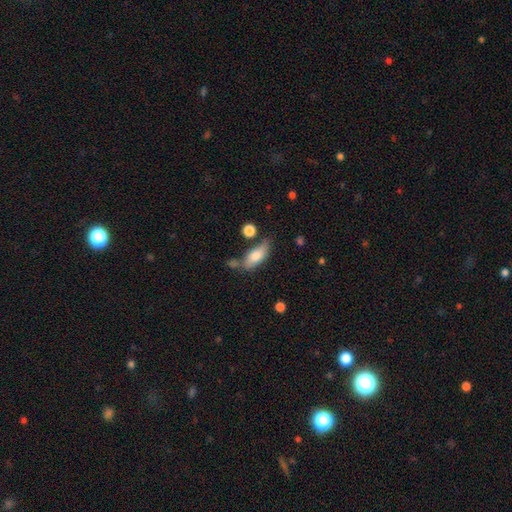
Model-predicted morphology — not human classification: Smooth or featured: smooth — 74% (featured or disk — 19%)
How rounded: in between — 75% (cigar-shaped — 21%)
Merging: none — 60% (minor disturbance — 21%)